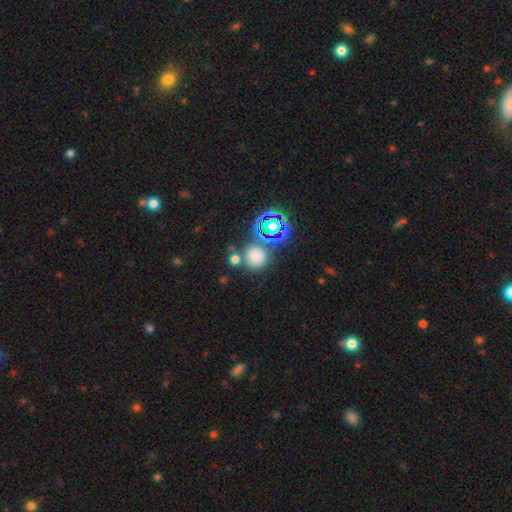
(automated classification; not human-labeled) Overall: smooth (68%). How rounded: round (90%). Merging: none (68%).